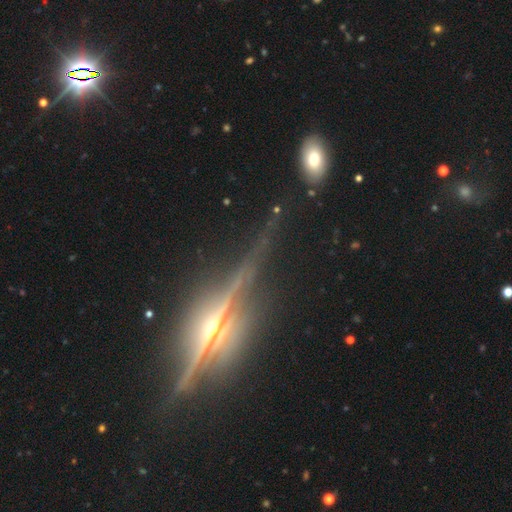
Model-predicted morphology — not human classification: smooth_or_featured: featured or disk (p=0.83) [alt: star or artifact p=0.11]
disk_edge_on: yes (p=0.96) [alt: no p=0.04]
edge_on_bulge: rounded (p=0.87) [alt: boxy p=0.07]
merging: none (p=0.83) [alt: minor disturbance p=0.11]